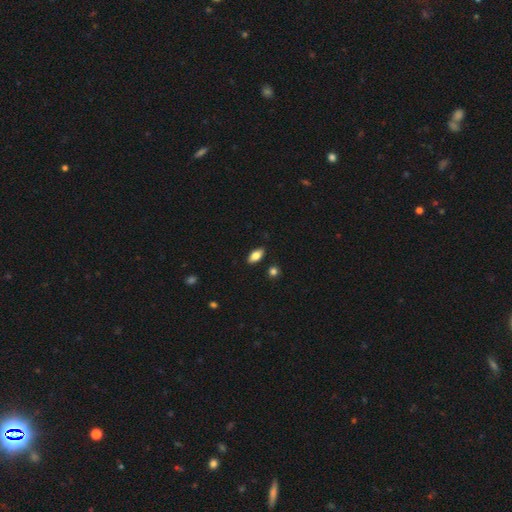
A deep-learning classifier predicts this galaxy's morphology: The model was most divided on "smooth or featured": smooth: 79%, featured or disk: 13%, star or artifact: 7%. More confident: how rounded — in between (89%); merging — none (88%).